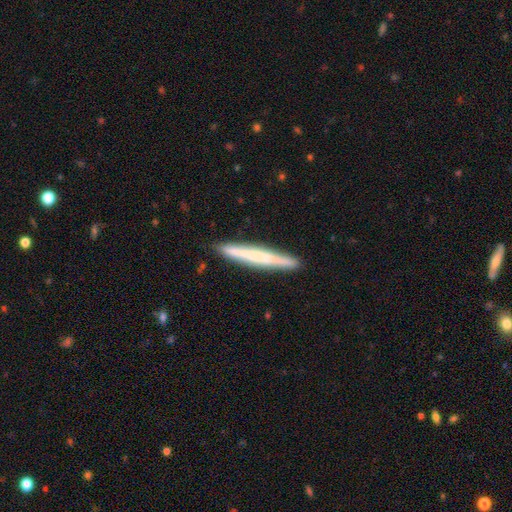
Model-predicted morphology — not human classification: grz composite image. It shows a featured or disk galaxy (48%). Merging: none (90%).